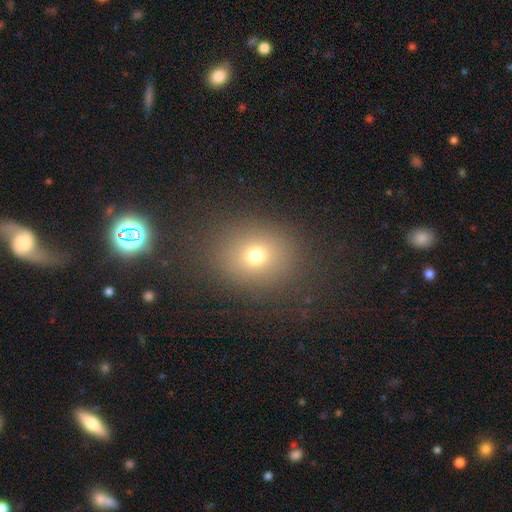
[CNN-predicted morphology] A smooth galaxy with no disk features (71%) that is round (65%). Merging: none (82%).